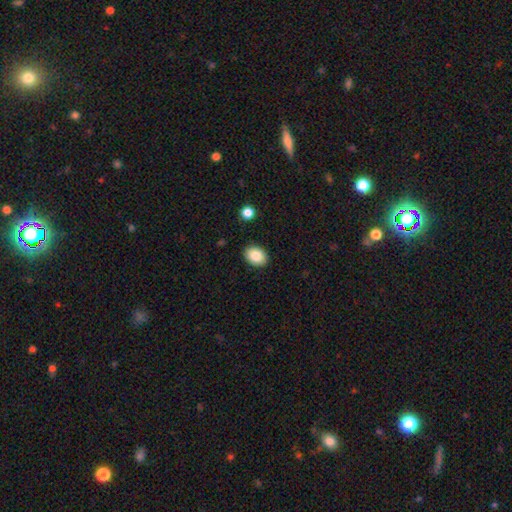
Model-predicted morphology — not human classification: smooth_or_featured: smooth (p=0.87) [alt: star or artifact p=0.08]
how_rounded: in between (p=0.75) [alt: round p=0.25]
merging: none (p=0.89) [alt: minor disturbance p=0.07]